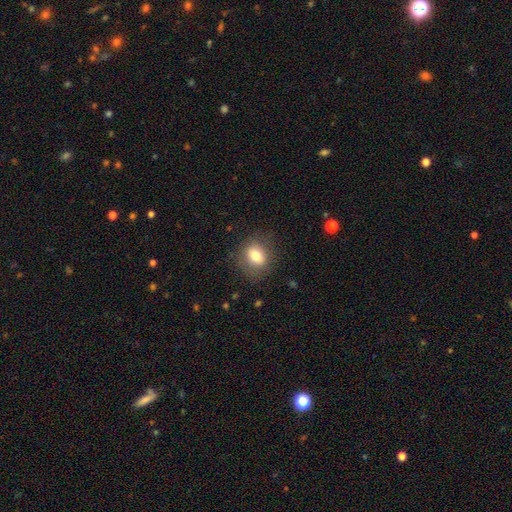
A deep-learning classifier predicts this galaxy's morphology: Overall: smooth (76%). How rounded: in between (54%; round 45%). Merging: none (79%).